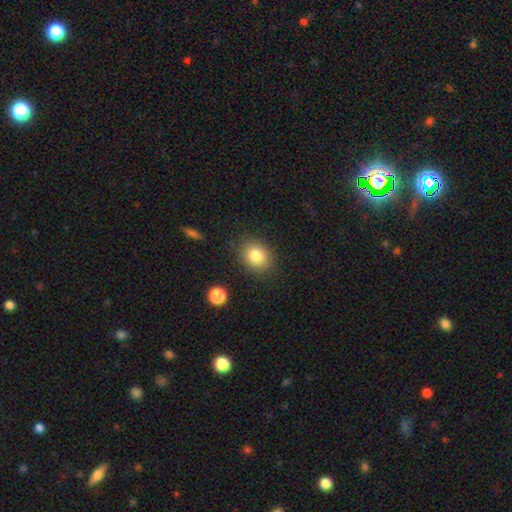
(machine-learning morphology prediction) This appears to be a smooth galaxy with no disk features (82%) that is round (56%). Merging: none (85%).